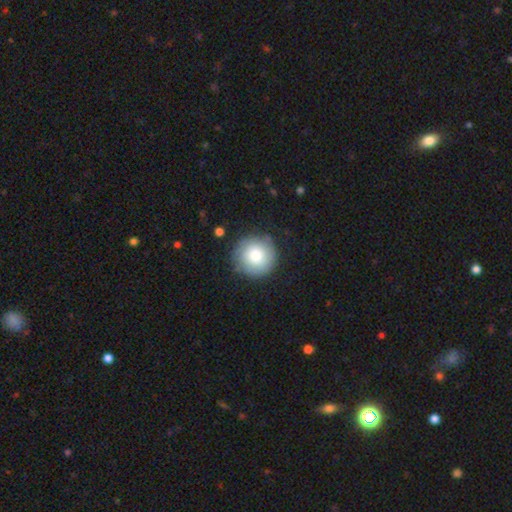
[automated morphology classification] The model was most divided on "smooth or featured": smooth: 80%, featured or disk: 13%, star or artifact: 8%. More confident: how rounded — round (96%); merging — none (82%).